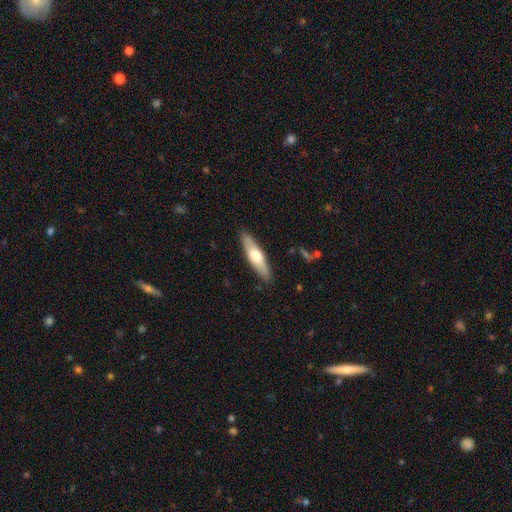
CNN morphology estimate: Smooth or featured? smooth (58%)
How rounded? cigar-shaped (69%)
Merging? none (87%)